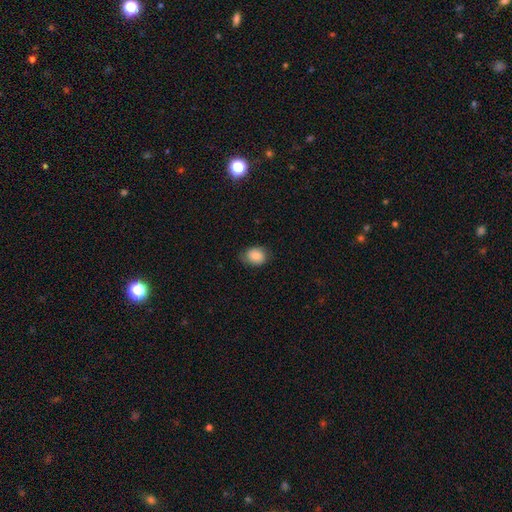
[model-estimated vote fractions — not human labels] smooth 84%, featured or disk 8%, star or artifact 8%. Down the decision tree: how rounded — in between (52%); merging — none (75%).